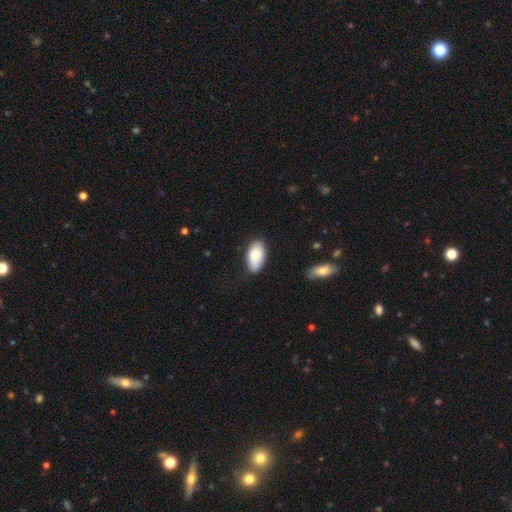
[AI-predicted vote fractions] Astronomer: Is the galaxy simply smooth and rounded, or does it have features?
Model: smooth — 80%.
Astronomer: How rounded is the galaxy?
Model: in between — 95%.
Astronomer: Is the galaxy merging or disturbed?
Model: none — 81%.